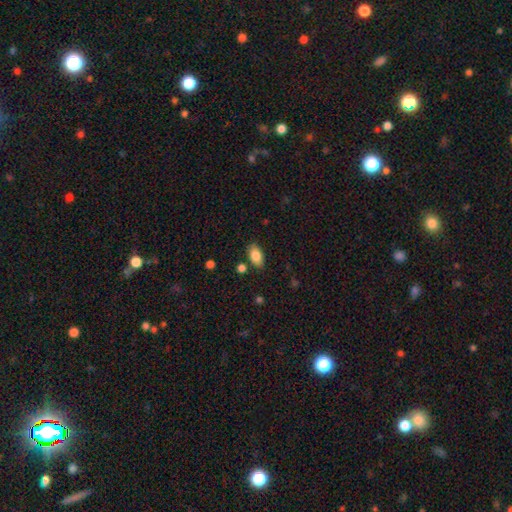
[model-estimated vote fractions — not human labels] This is clearly a smooth galaxy (85%). How rounded: clearly in between (92%). Merging: clearly none (82%).